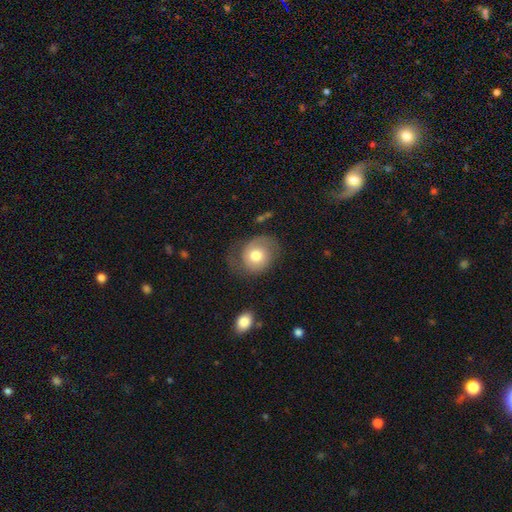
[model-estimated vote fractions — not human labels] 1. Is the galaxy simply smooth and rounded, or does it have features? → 56% smooth, 36% featured or disk, 8% star or artifact.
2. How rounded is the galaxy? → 62% round, 37% in between, 1% cigar-shaped.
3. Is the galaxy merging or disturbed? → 55% none, 25% minor disturbance, 18% major disturbance, 2% merger.